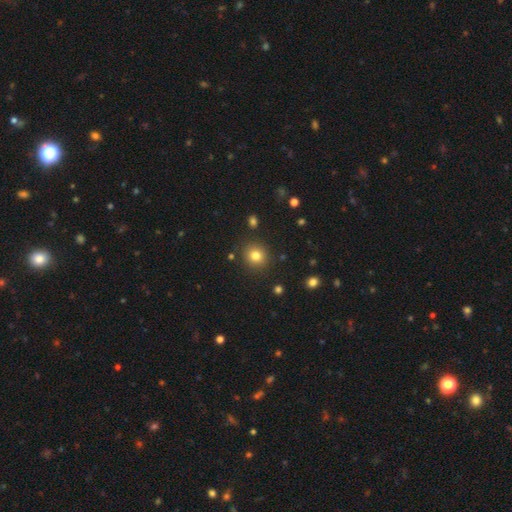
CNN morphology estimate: Smooth or featured? Predicted: smooth (p=0.80). How rounded? Predicted: round (p=0.87). Merging? Predicted: none (p=0.88).